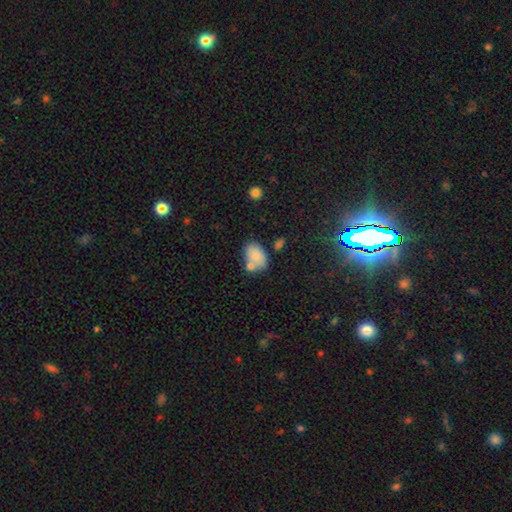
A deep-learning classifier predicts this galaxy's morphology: This appears to be a smooth galaxy with no disk features (82%) that is in between round and cigar-shaped (84%). Merging: none (52%).